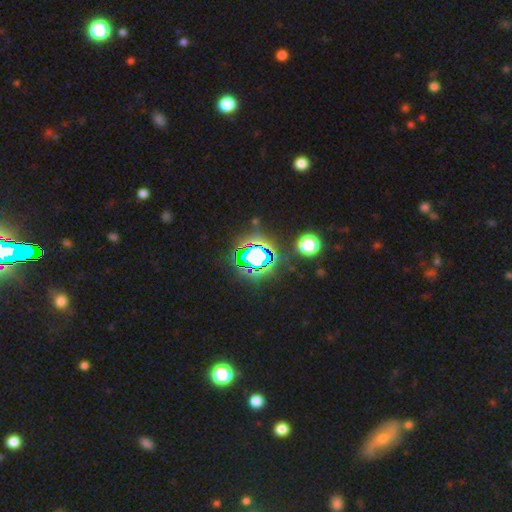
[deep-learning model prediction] A star or artifact, not a galaxy (71%).

Vote fractions:
- Smooth or featured? star or artifact: 71% / smooth: 16% / featured or disk: 13%